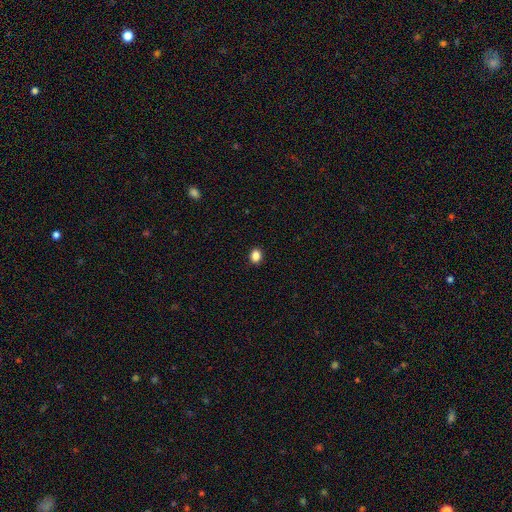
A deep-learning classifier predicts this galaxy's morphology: This appears to be a smooth galaxy with no disk features (86%) that is in between round and cigar-shaped (50%). Merging: none (91%).